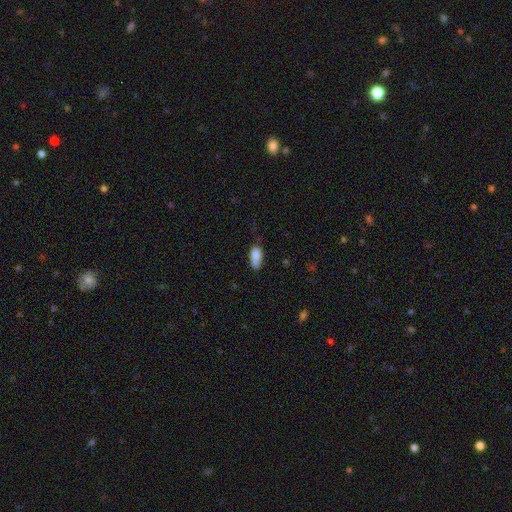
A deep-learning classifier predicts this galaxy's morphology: Overall: smooth (85%). How rounded: in between (89%). Merging: none (54%; minor disturbance 34%).